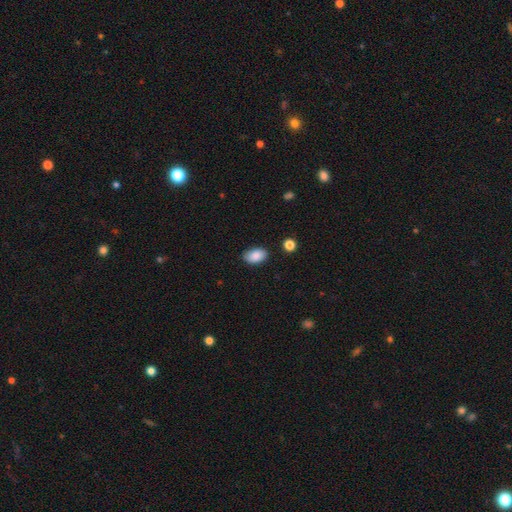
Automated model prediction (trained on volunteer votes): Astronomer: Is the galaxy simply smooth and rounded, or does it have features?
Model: smooth — 88%.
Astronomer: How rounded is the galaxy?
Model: in between — 91%.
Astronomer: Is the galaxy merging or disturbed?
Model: none — 85%.